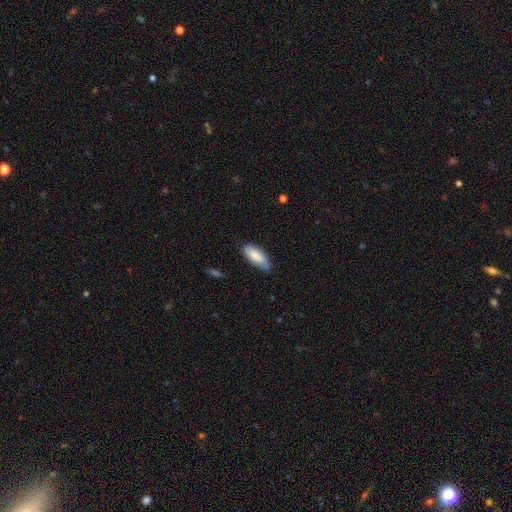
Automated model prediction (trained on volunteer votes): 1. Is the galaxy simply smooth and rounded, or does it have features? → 83% smooth, 11% featured or disk, 6% star or artifact.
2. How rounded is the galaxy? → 84% in between, 14% cigar-shaped, 2% round.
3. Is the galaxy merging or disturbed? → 66% none, 28% minor disturbance, 4% major disturbance, 2% merger.